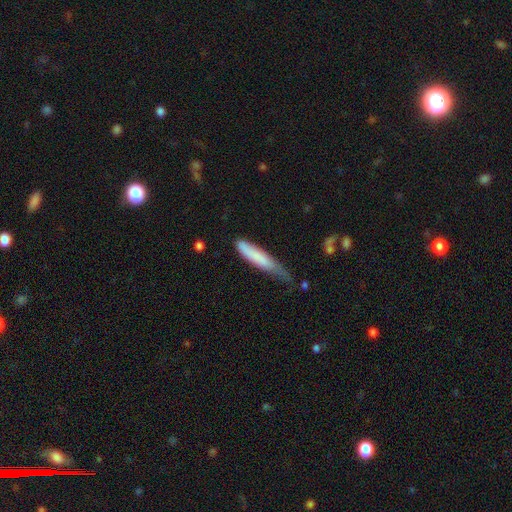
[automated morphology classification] This appears to be a smooth galaxy with no disk features (75%) that is cigar-shaped (85%). Merging: minor disturbance (45%).